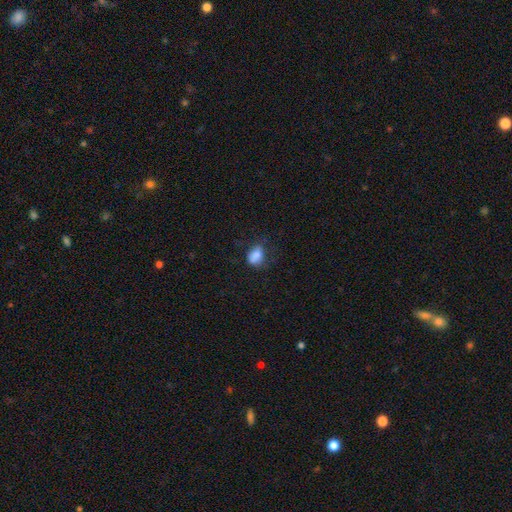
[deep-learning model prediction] This is clearly a smooth galaxy (82%). How rounded: likely in between (73%). Merging: possibly none (53%).